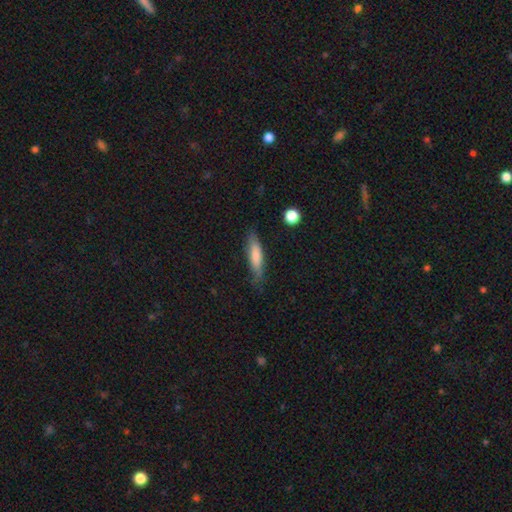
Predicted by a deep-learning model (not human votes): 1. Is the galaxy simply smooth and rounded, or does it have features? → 74% smooth, 19% featured or disk, 6% star or artifact.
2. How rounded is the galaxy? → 73% cigar-shaped, 26% in between, 2% round.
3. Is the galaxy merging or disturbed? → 76% none, 18% minor disturbance, 4% major disturbance, 2% merger.